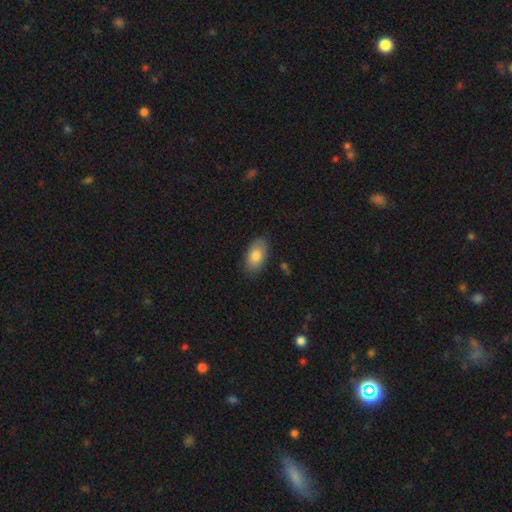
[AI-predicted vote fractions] Smooth or featured?
  - smooth: 83% *
  - featured or disk: 11%
  - star or artifact: 6%
How rounded?
  - in between: 93% *
  - round: 4%
  - cigar-shaped: 2%
Merging?
  - none: 83% *
  - minor disturbance: 13%
  - major disturbance: 3%
  - merger: 1%